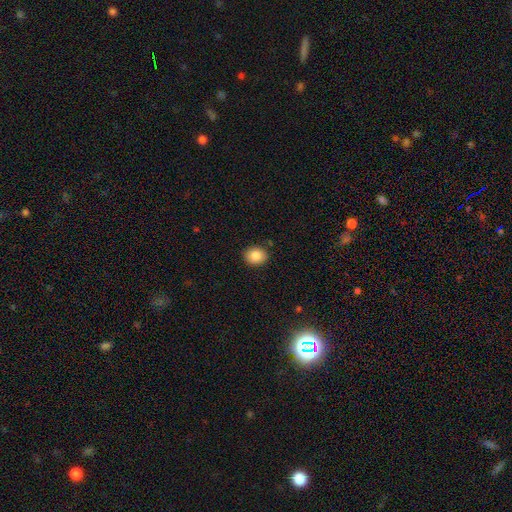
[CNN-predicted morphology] A smooth galaxy with no disk features (85%) that is round (59%).

Vote fractions:
- Smooth or featured? smooth: 85% / star or artifact: 9% / featured or disk: 6%
- How rounded? round: 59% / in between: 40% / cigar-shaped: 1%
- Merging? none: 89% / minor disturbance: 8% / major disturbance: 2% / merger: 1%